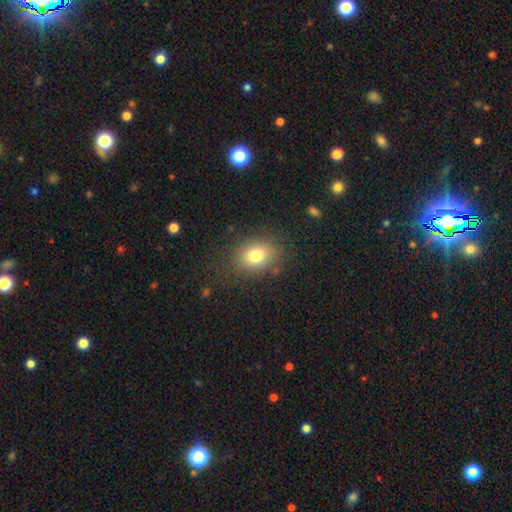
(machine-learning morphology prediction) This appears to be a smooth galaxy with no disk features (77%) that is in between round and cigar-shaped (61%). Merging: none (79%).